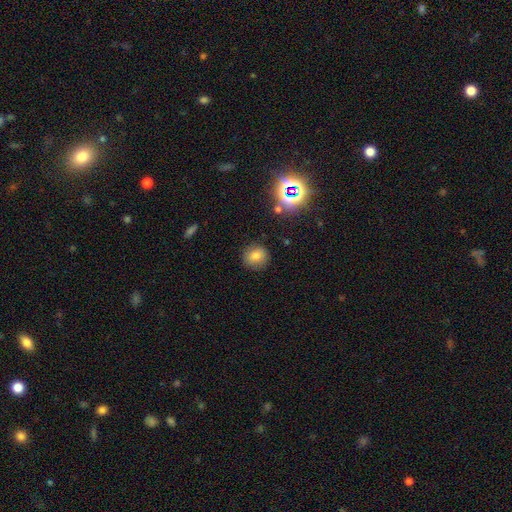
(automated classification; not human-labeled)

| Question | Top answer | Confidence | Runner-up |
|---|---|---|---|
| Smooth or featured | smooth | 75% | star or artifact (15%) |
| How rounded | round | 86% | in between (13%) |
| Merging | none | 86% | minor disturbance (9%) |